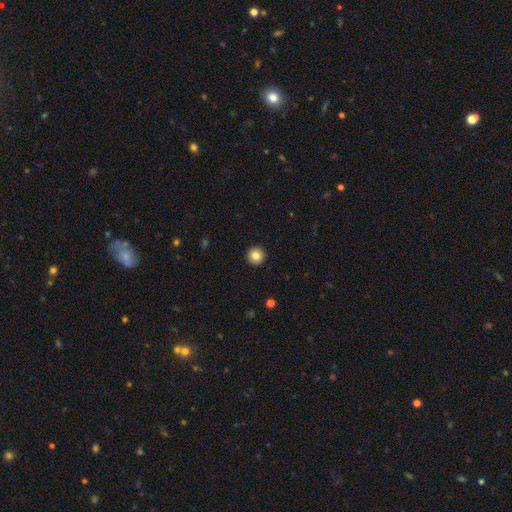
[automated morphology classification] Smooth or featured? smooth (85%)
How rounded? round (96%)
Merging? none (93%)